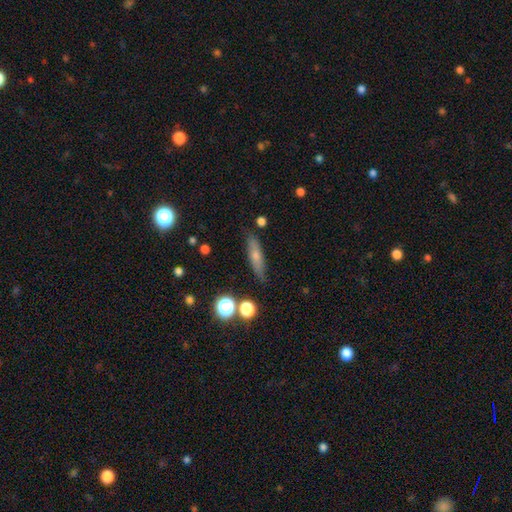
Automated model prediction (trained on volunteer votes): Q: Smooth or featured?
A: smooth (60%); runner-up: featured or disk (31%)
Q: How rounded?
A: cigar-shaped (69%); runner-up: in between (27%)
Q: Merging?
A: none (81%); runner-up: minor disturbance (13%)